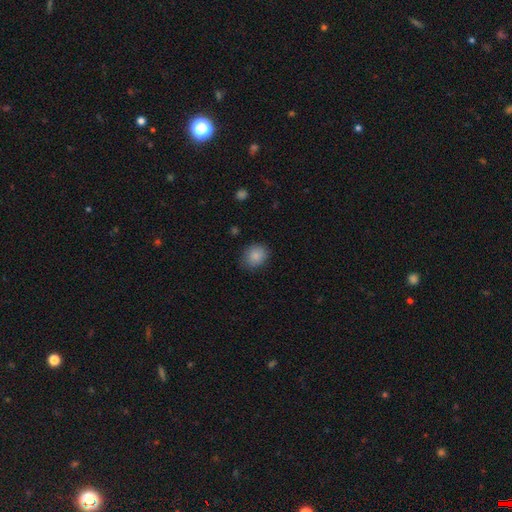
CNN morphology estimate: smooth_or_featured: smooth (p=0.86) [alt: star or artifact p=0.08]
how_rounded: round (p=0.63) [alt: in between p=0.36]
merging: none (p=0.80) [alt: minor disturbance p=0.16]